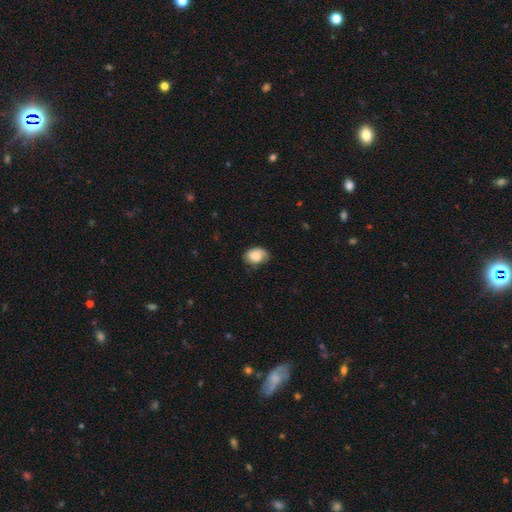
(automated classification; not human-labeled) smooth_or_featured: smooth (p=0.79) [alt: featured or disk p=0.14]
how_rounded: in between (p=0.78) [alt: round p=0.21]
merging: none (p=0.67) [alt: minor disturbance p=0.26]